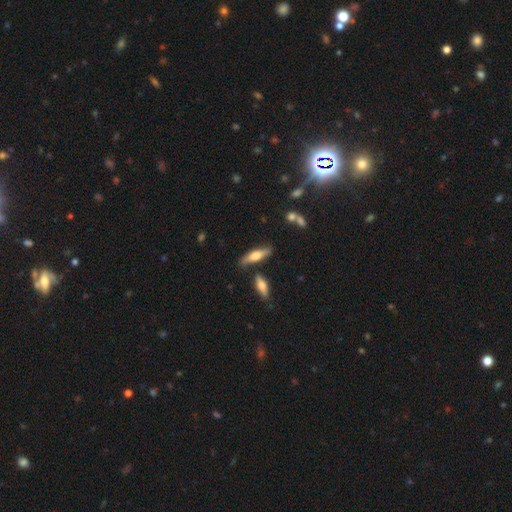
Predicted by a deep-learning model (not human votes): This appears to be a smooth galaxy with no disk features (54%) that is cigar-shaped (63%). Merging: none (75%).